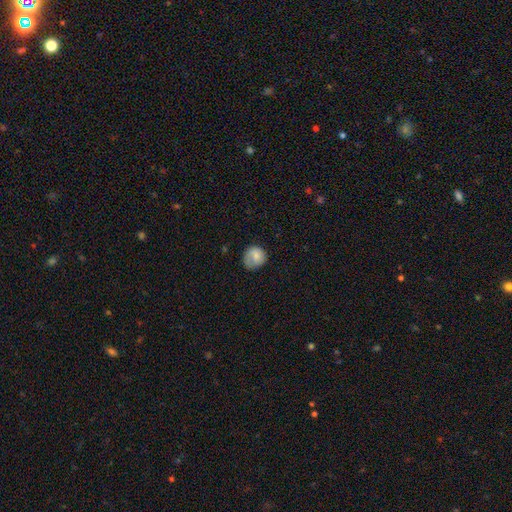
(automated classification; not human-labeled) Smooth or featured: smooth — 77% (featured or disk — 15%)
How rounded: round — 80% (in between — 19%)
Merging: none — 64% (minor disturbance — 25%)